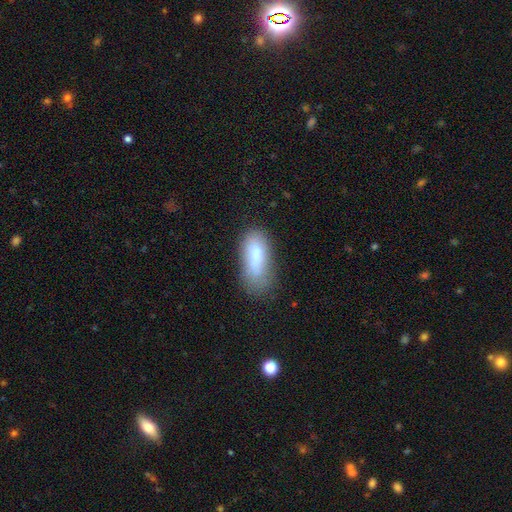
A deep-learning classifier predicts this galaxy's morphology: Smooth or featured? smooth (75%)
How rounded? in between (81%)
Merging? none (51%)